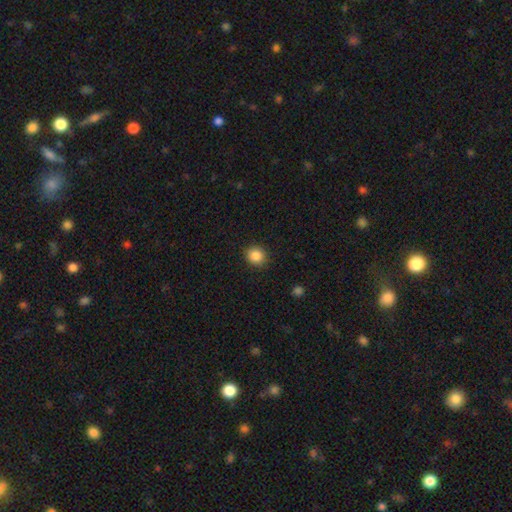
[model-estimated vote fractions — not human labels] Overall: smooth (87%). How rounded: round (81%). Merging: none (89%).